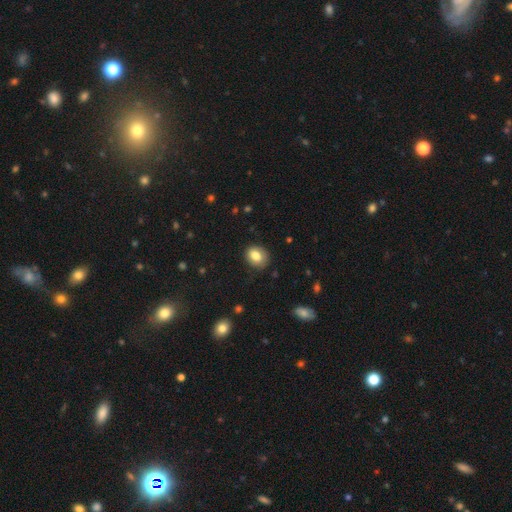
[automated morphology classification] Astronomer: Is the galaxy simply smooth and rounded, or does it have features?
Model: smooth — 83%.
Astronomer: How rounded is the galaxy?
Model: in between — 50% (runner-up: round, 49%).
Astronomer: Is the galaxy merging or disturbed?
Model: none — 84%.